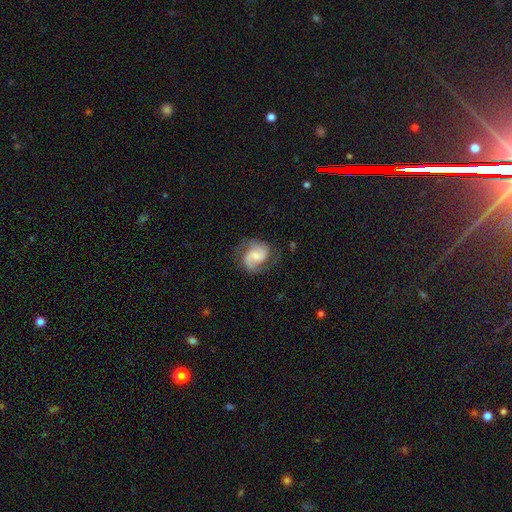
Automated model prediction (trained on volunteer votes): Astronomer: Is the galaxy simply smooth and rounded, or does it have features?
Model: featured or disk — 76%.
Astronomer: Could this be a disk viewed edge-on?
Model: no — 98%.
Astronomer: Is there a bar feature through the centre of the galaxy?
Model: weak — 48% (runner-up: no, 39%).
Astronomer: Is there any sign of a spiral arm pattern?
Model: yes — 95%.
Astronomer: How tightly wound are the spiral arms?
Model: medium — 50% (runner-up: loose, 28%).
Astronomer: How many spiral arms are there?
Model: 2 — 88%.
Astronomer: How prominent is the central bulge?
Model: small — 47% (runner-up: moderate, 35%).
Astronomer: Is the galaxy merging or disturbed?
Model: none — 70%.